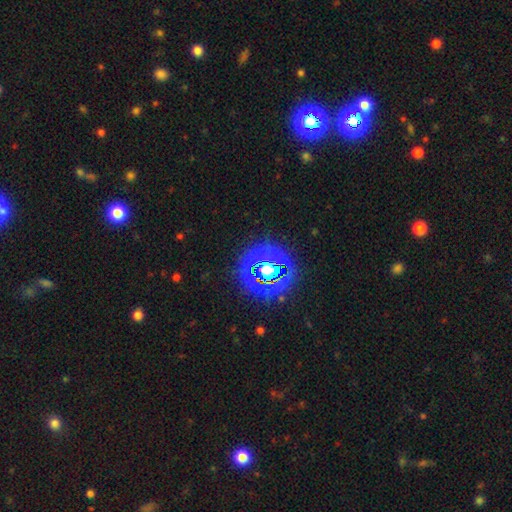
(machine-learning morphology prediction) A star or artifact, not a galaxy (79%).

Vote fractions:
- Smooth or featured? star or artifact: 79% / smooth: 15% / featured or disk: 6%